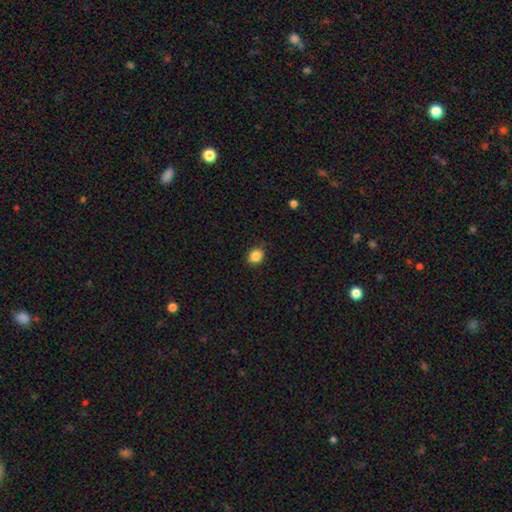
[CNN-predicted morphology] A smooth galaxy with no disk features (87%) that is round (61%).

Vote fractions:
- Smooth or featured? smooth: 87% / star or artifact: 10% / featured or disk: 4%
- How rounded? round: 61% / in between: 38% / cigar-shaped: 1%
- Merging? none: 85% / minor disturbance: 11% / major disturbance: 2% / merger: 1%